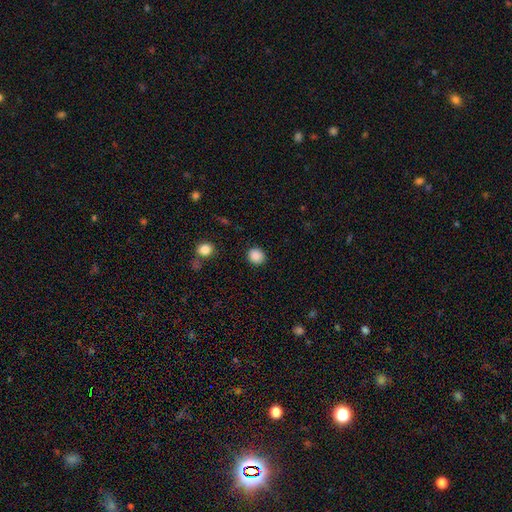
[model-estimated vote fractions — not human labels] Smooth or featured: smooth — 88% (star or artifact — 9%)
How rounded: round — 86% (in between — 13%)
Merging: none — 90% (minor disturbance — 6%)